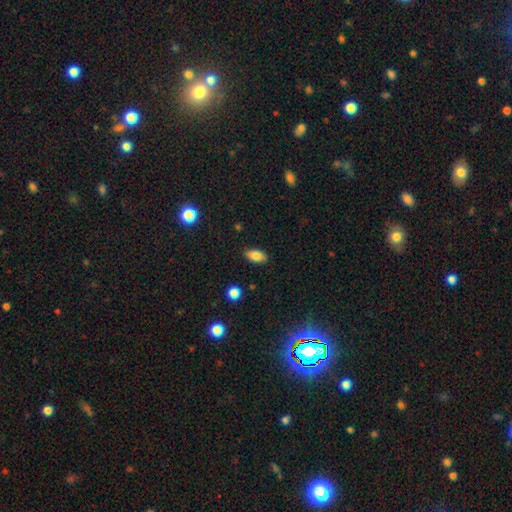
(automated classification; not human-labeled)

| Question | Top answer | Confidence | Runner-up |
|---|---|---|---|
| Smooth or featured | smooth | 82% | featured or disk (9%) |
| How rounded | in between | 91% | round (5%) |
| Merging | none | 88% | minor disturbance (9%) |